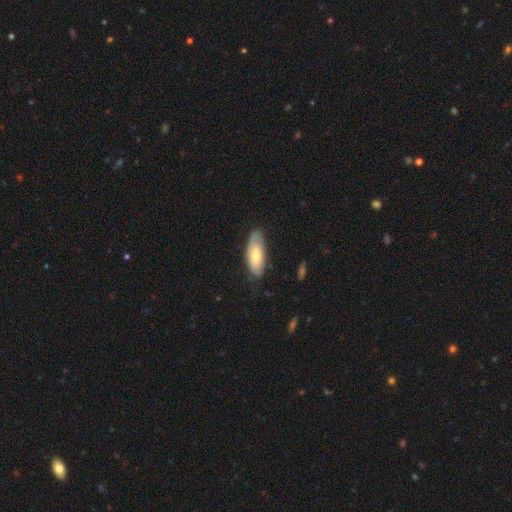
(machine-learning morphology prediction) A smooth galaxy with no disk features (63%) that is in between round and cigar-shaped (84%).

Vote fractions:
- Smooth or featured? smooth: 63% / featured or disk: 32% / star or artifact: 6%
- How rounded? in between: 84% / cigar-shaped: 14% / round: 2%
- Merging? none: 72% / minor disturbance: 22% / major disturbance: 4% / merger: 1%